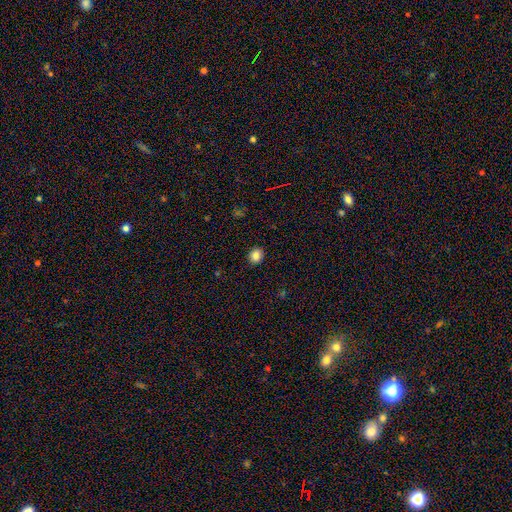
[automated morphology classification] Smooth or featured? smooth (84%)
How rounded? round (70%)
Merging? none (91%)